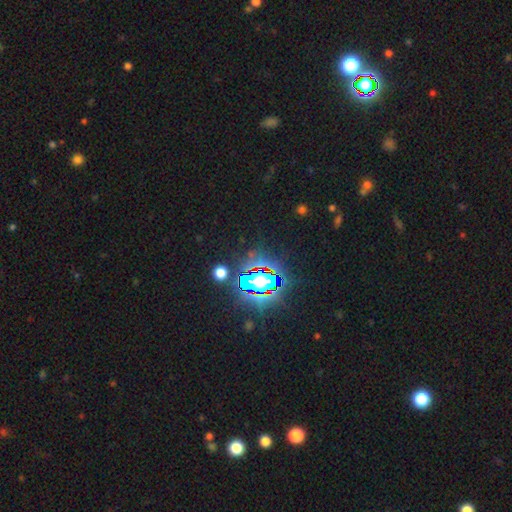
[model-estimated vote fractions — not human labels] Overall: star or artifact (81%).